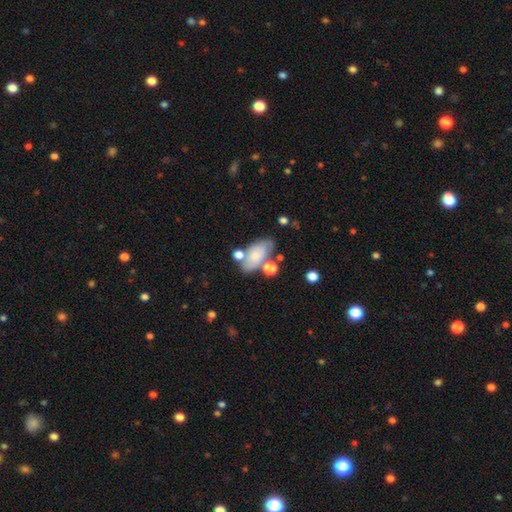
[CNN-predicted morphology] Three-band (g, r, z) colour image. It shows a smooth galaxy with no disk features (66%) that is in between round and cigar-shaped (90%). Merging: none (55%).